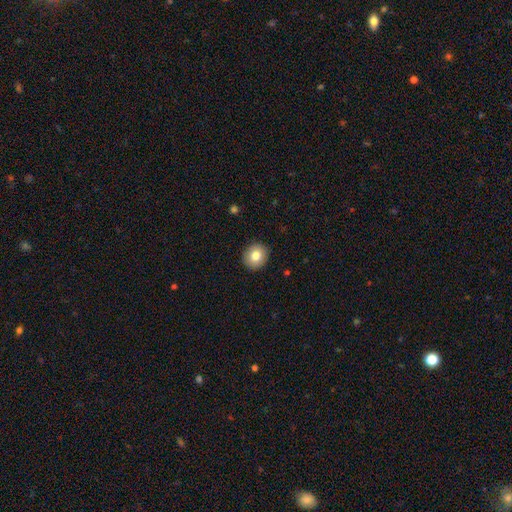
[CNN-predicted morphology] Q: Smooth or featured?
A: smooth (81%); runner-up: featured or disk (11%)
Q: How rounded?
A: round (81%); runner-up: in between (18%)
Q: Merging?
A: none (91%); runner-up: minor disturbance (6%)